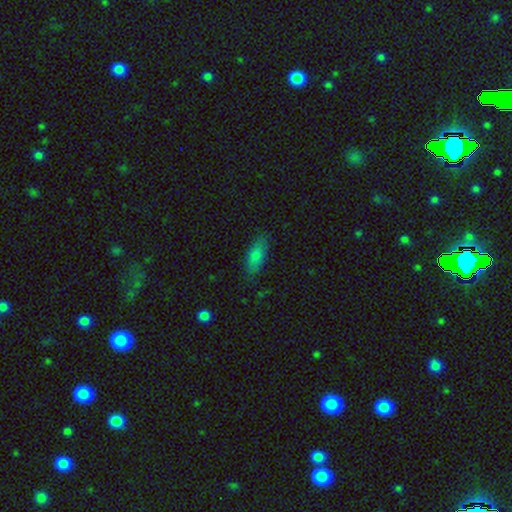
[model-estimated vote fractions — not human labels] Smooth or featured? Predicted: smooth (p=0.81). How rounded? Predicted: in between (p=0.75). Merging? Predicted: none (p=0.81).